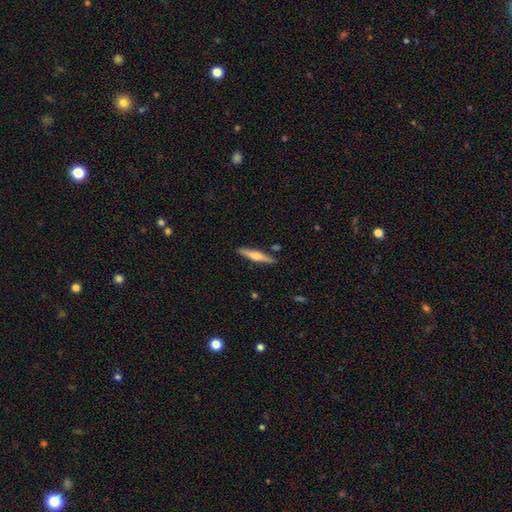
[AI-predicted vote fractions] smooth-or-featured: featured or disk: 55% | smooth: 40% | star or artifact: 6%
  disk-edge-on: yes: 97% | no: 3%
    edge-on-bulge: rounded: 87% | none: 7% | boxy: 7%
  merging: none: 88% | minor disturbance: 8% | merger: 2% | major disturbance: 2%